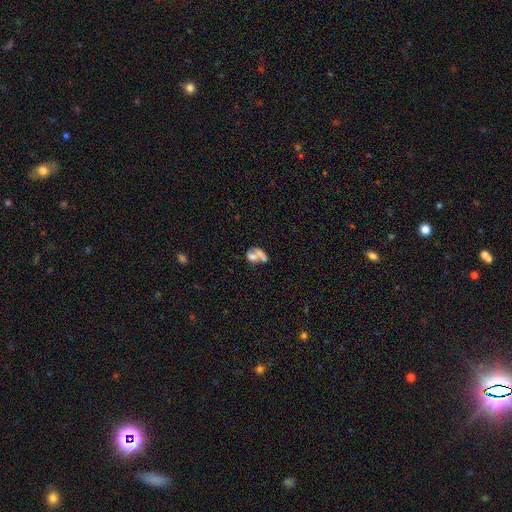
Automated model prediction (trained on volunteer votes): Overall: smooth (54%; featured or disk 35%). How rounded: in between (70%). Merging: merger (55%; none 19%).